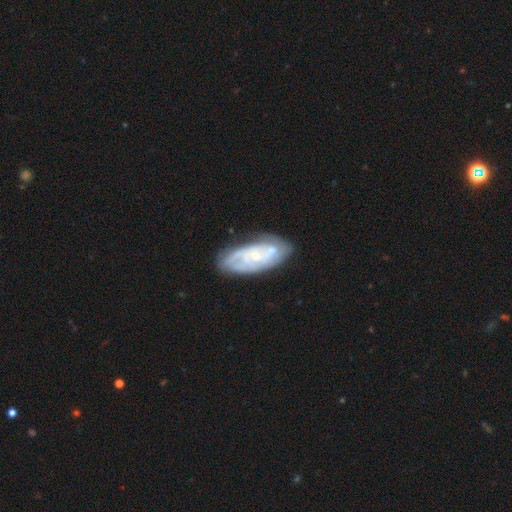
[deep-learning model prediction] A featured or disk galaxy (71%) with no bar (70%), tight (60%) spiral arms (82%) and a small central bulge (73%).

Vote fractions:
- Smooth or featured? featured or disk: 71% / smooth: 22% / star or artifact: 7%
- Edge-on disk? no: 92% / yes: 8%
- Bar? no: 70% / weak: 24% / strong: 5%
- Spiral arms? yes: 82% / no: 18%
- Spiral winding? tight: 60% / medium: 30% / loose: 10%
- Spiral arm count? can't tell: 46% / 2: 21% / 3: 16% / 4: 9% / 1: 4% / more than 4: 4%
- Bulge size? small: 73% / moderate: 20% / none: 5% / large: 1% / dominant: 1%
- Merging? none: 68% / minor disturbance: 19% / major disturbance: 7% / merger: 6%